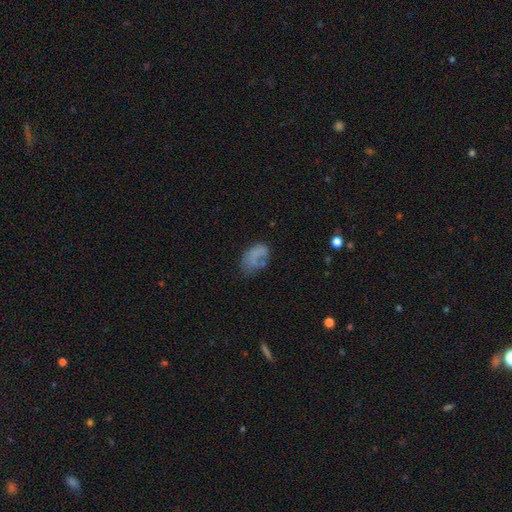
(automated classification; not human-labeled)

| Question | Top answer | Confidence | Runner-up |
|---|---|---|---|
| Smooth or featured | smooth | 62% | featured or disk (26%) |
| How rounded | in between | 87% | round (11%) |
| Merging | none | 41% | minor disturbance (26%) |